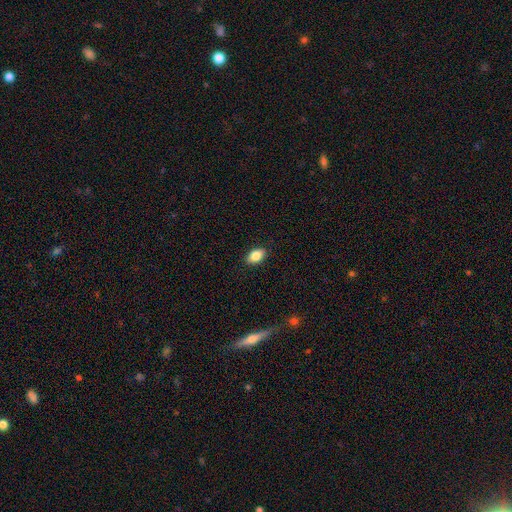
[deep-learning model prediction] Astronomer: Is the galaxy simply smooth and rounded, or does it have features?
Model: smooth — 85%.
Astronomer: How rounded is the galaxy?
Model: in between — 89%.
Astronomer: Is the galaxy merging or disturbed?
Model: none — 89%.